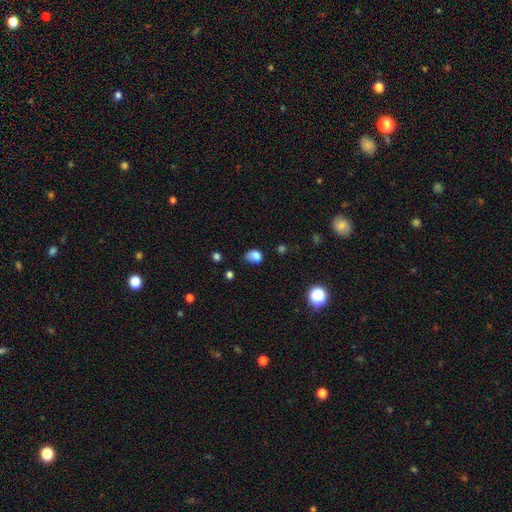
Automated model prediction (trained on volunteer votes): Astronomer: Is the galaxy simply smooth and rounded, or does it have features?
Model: smooth — 75%.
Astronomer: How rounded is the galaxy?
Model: in between — 66%.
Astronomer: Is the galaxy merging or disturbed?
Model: none — 39% (runner-up: minor disturbance, 35%).